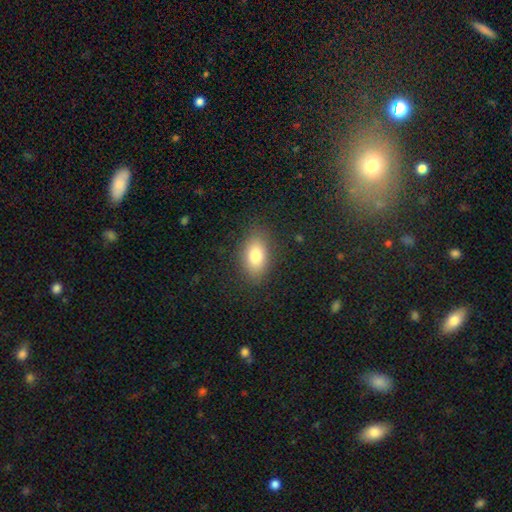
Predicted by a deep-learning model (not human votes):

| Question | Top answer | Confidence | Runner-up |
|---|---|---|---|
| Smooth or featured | smooth | 80% | featured or disk (11%) |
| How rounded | in between | 88% | round (9%) |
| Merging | none | 84% | minor disturbance (11%) |